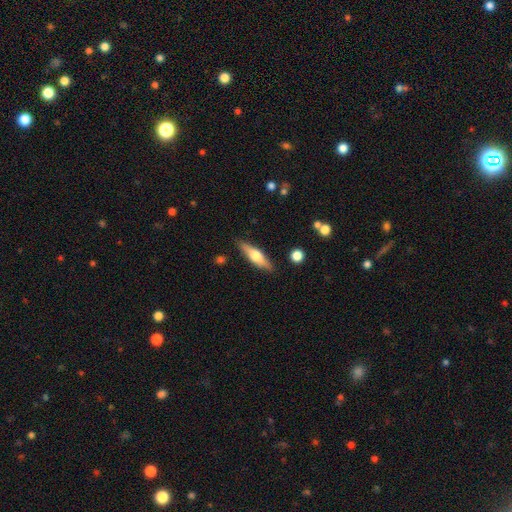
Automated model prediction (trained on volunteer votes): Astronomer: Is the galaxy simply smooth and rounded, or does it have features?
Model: featured or disk — 50% (runner-up: smooth, 44%).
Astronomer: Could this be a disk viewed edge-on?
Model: yes — 93%.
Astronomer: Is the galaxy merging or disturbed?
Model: none — 87%.